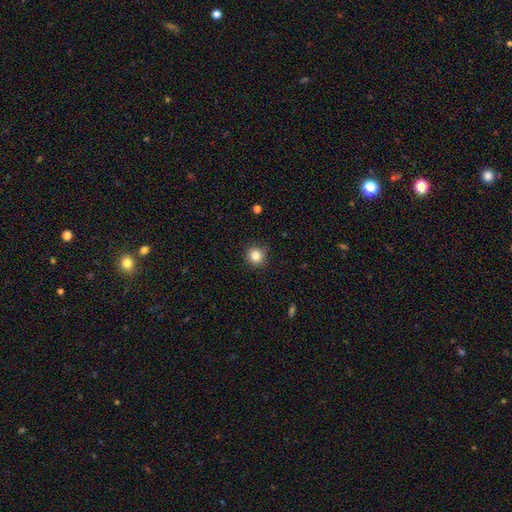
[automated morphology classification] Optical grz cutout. It shows a smooth galaxy with no disk features (83%) that is round (90%). Merging: none (86%).